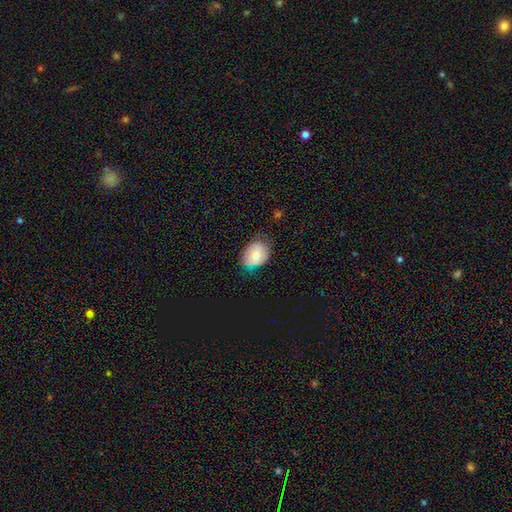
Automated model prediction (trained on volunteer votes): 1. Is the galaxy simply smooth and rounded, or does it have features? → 72% smooth, 19% featured or disk, 9% star or artifact.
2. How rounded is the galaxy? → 69% in between, 29% round, 1% cigar-shaped.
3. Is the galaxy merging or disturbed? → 61% none, 30% minor disturbance, 7% major disturbance, 1% merger.